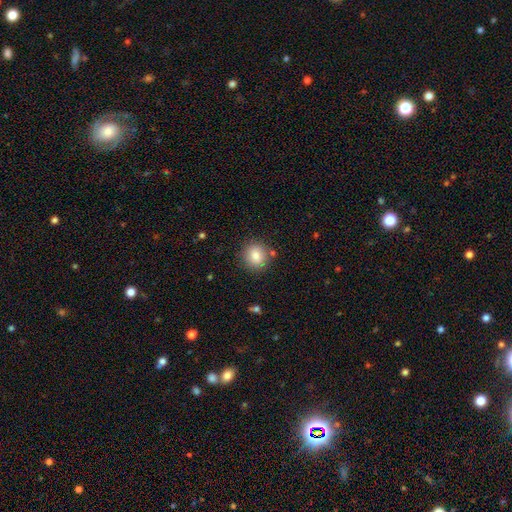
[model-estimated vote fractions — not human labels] Smooth or featured: smooth — 83% (star or artifact — 9%)
How rounded: round — 84% (in between — 15%)
Merging: none — 85% (minor disturbance — 9%)